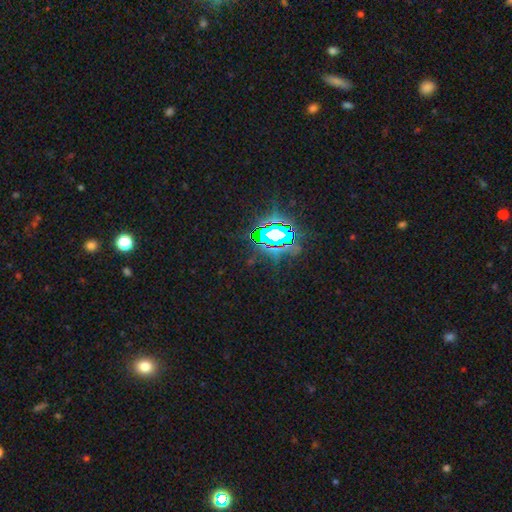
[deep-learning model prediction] This appears to be a star or artifact, not a galaxy (81%).